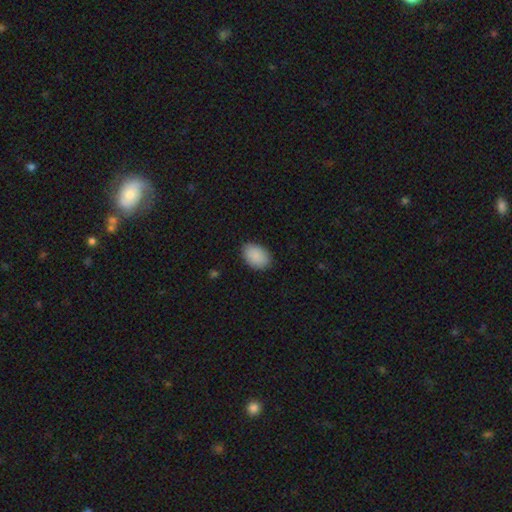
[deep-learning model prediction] Q: Smooth or featured?
A: smooth (90%); runner-up: star or artifact (6%)
Q: How rounded?
A: in between (86%); runner-up: round (13%)
Q: Merging?
A: none (86%); runner-up: minor disturbance (11%)